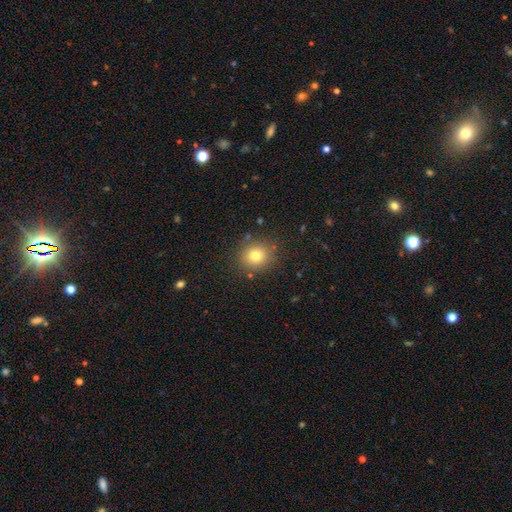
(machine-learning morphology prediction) smooth_or_featured: smooth (p=0.79) [alt: star or artifact p=0.13]
how_rounded: round (p=0.80) [alt: in between p=0.19]
merging: none (p=0.84) [alt: minor disturbance p=0.10]